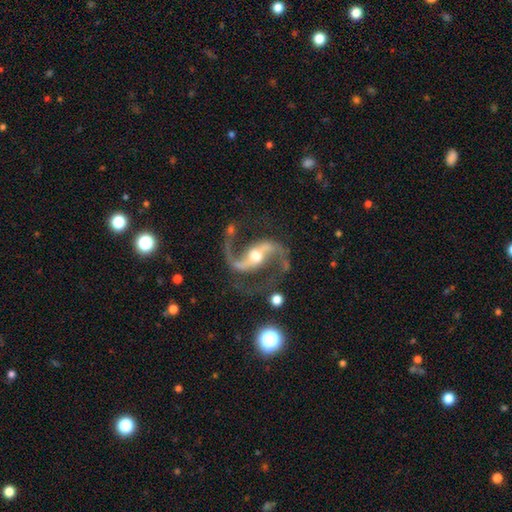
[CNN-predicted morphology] The model was most divided on "bar": strong: 45%, weak: 36%, no: 20%. More confident: spiral arms — yes (98%); edge-on disk — no (98%); spiral arm count — 2 (94%); smooth or featured — featured or disk (93%); merging — none (76%); bulge size — moderate (64%); spiral winding — medium (53%).